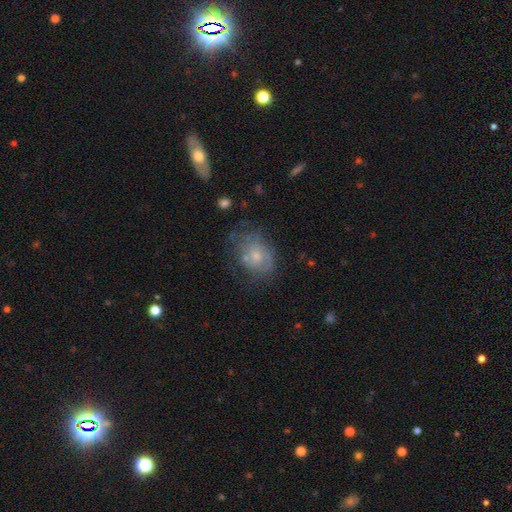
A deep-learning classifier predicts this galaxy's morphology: smooth_or_featured: featured or disk (p=0.52) [alt: smooth p=0.38]
disk_edge_on: no (p=0.97) [alt: yes p=0.03]
merging: none (p=0.52) [alt: minor disturbance p=0.25]